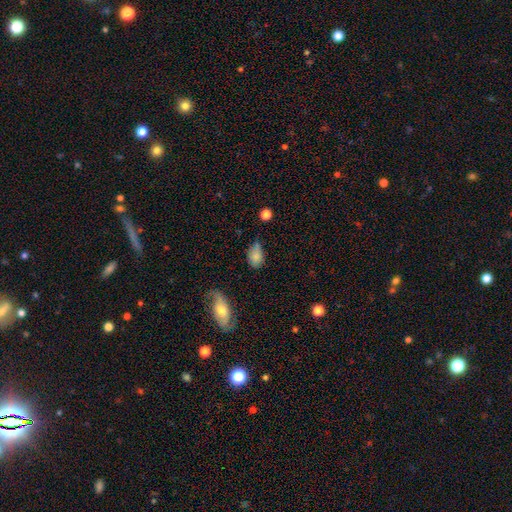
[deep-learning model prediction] smooth 78%, featured or disk 13%, star or artifact 9%. Down the decision tree: how rounded — in between (83%); merging — none (43%).